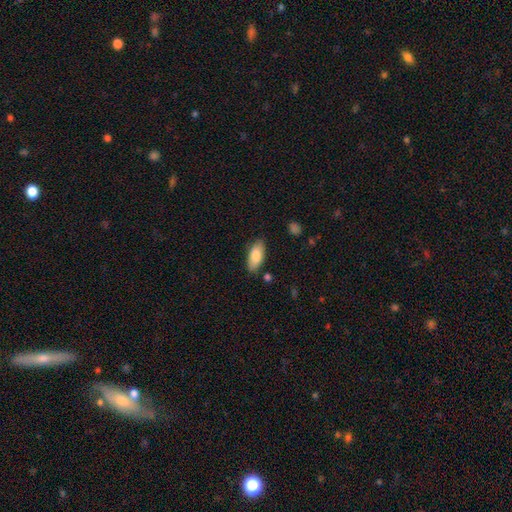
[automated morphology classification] Smooth or featured?
  - smooth: 81% *
  - featured or disk: 13%
  - star or artifact: 6%
How rounded?
  - in between: 88% *
  - cigar-shaped: 10%
  - round: 2%
Merging?
  - none: 82% *
  - minor disturbance: 13%
  - major disturbance: 2%
  - merger: 2%